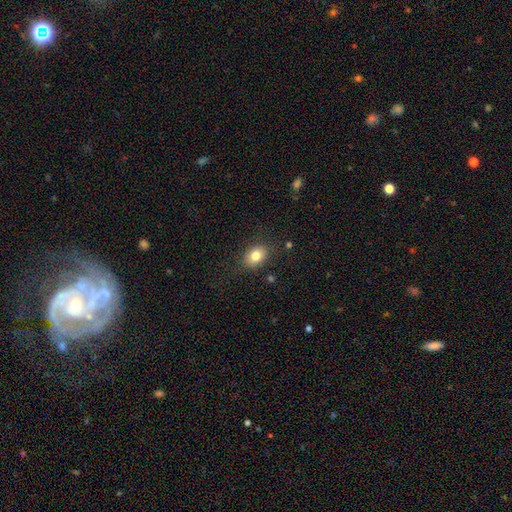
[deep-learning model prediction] Q: Smooth or featured?
A: smooth (81%); runner-up: star or artifact (9%)
Q: How rounded?
A: in between (68%); runner-up: round (31%)
Q: Merging?
A: none (83%); runner-up: minor disturbance (12%)